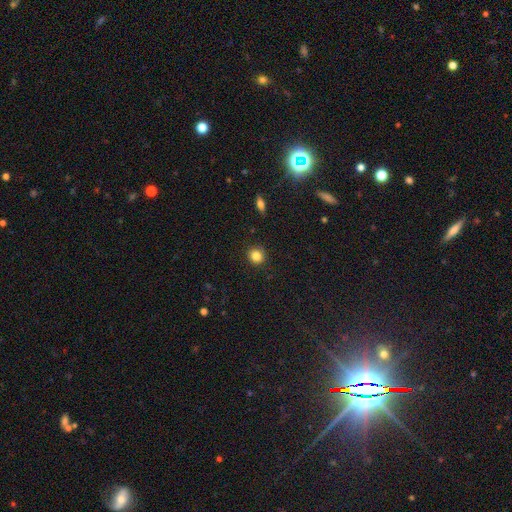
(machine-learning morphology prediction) Q: Smooth or featured?
A: smooth (84%); runner-up: star or artifact (10%)
Q: How rounded?
A: round (88%); runner-up: in between (11%)
Q: Merging?
A: none (90%); runner-up: minor disturbance (7%)